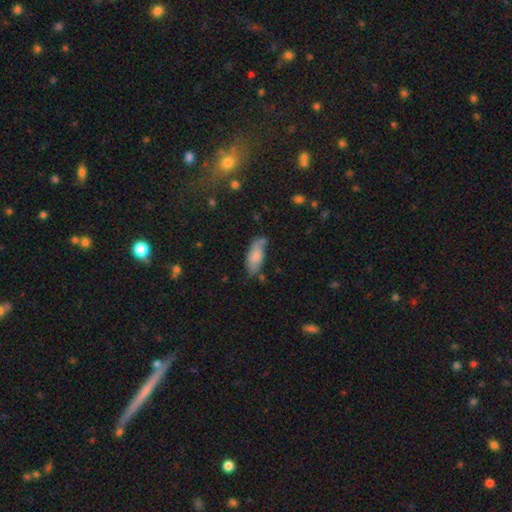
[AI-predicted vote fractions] smooth 74%, featured or disk 19%, star or artifact 7%. Down the decision tree: how rounded — in between (81%); merging — none (55%).